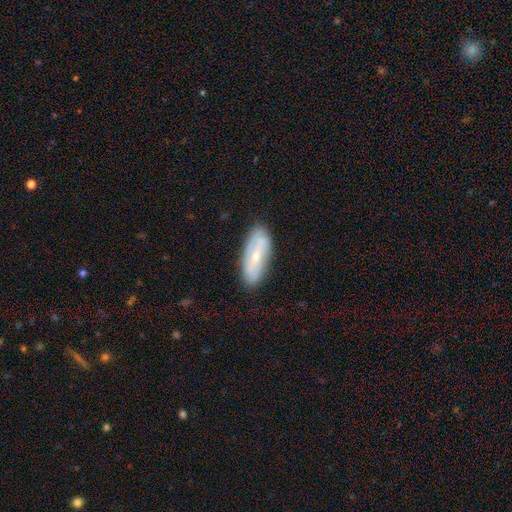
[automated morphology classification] Smooth or featured?
  - featured or disk: 59% *
  - smooth: 34%
  - star or artifact: 6%
Edge-on disk?
  - no: 80% *
  - yes: 20%
Merging?
  - none: 84% *
  - minor disturbance: 12%
  - major disturbance: 3%
  - merger: 1%